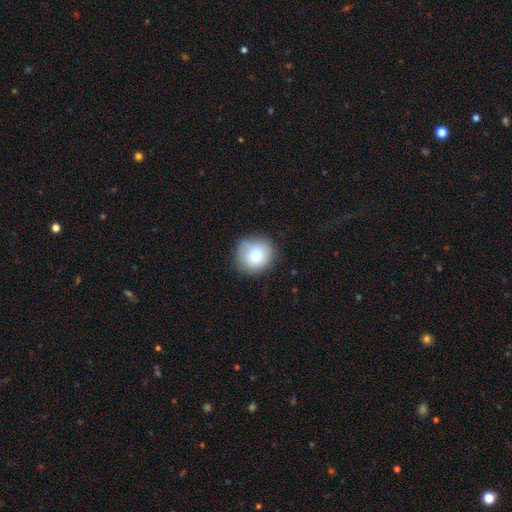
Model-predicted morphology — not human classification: Smooth or featured?
  - smooth: 78% *
  - featured or disk: 13%
  - star or artifact: 9%
How rounded?
  - round: 89% *
  - in between: 10%
  - cigar-shaped: 1%
Merging?
  - none: 81% *
  - minor disturbance: 14%
  - major disturbance: 4%
  - merger: 1%